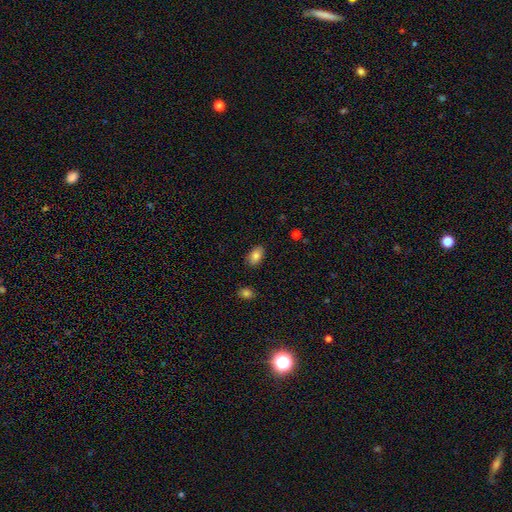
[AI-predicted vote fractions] A smooth galaxy with no disk features (83%) that is in between round and cigar-shaped (91%). Merging: none (86%).